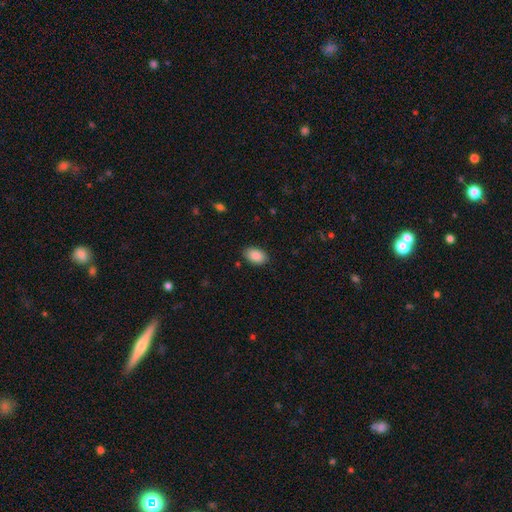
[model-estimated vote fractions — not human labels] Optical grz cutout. It shows a smooth galaxy with no disk features (88%) that is in between round and cigar-shaped (89%). Merging: none (86%).